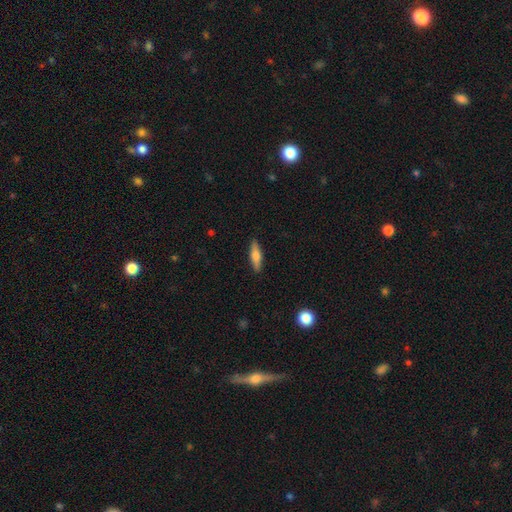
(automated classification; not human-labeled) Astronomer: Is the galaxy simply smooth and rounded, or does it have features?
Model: smooth — 62%.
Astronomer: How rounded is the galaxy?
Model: cigar-shaped — 63%.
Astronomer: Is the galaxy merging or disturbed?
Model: none — 89%.